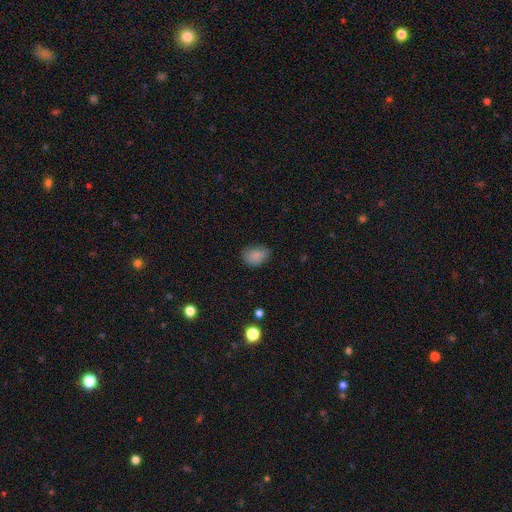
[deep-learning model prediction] Morphology: type=smooth (83%); roundness=in between (74%); merging=none (63%).